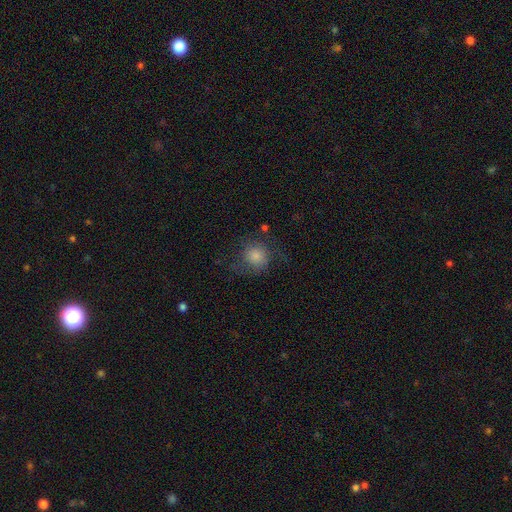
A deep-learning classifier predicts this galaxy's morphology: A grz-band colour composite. It shows a smooth galaxy with no disk features (59%) that is round (86%). Merging: none (62%).